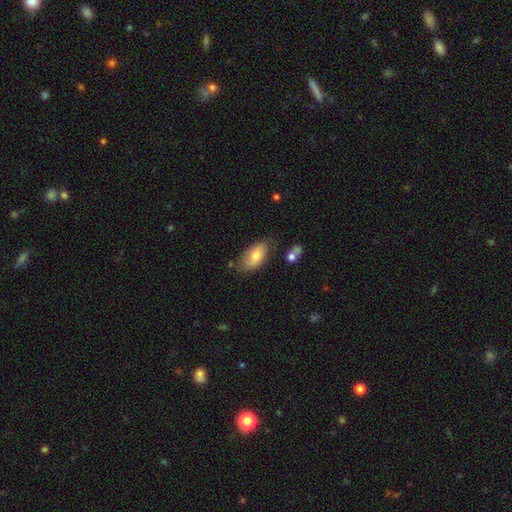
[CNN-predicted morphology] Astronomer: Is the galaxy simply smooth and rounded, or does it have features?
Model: smooth — 70%.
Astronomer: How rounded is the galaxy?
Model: in between — 92%.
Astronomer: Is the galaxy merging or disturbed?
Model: none — 69%.